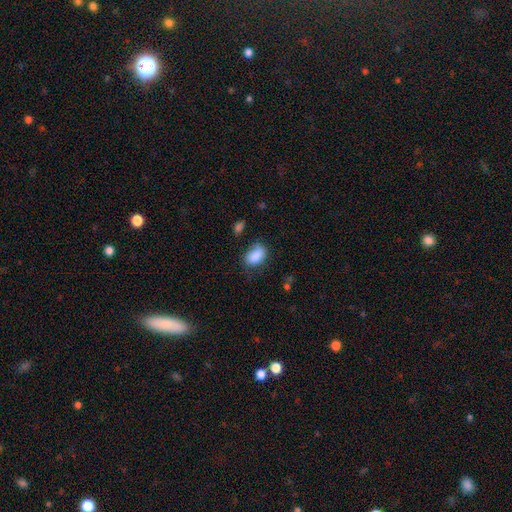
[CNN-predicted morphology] The model was most divided on "merging": none: 61%, minor disturbance: 27%, major disturbance: 9%, merger: 3%. More confident: smooth or featured — smooth (87%); how rounded — in between (85%).